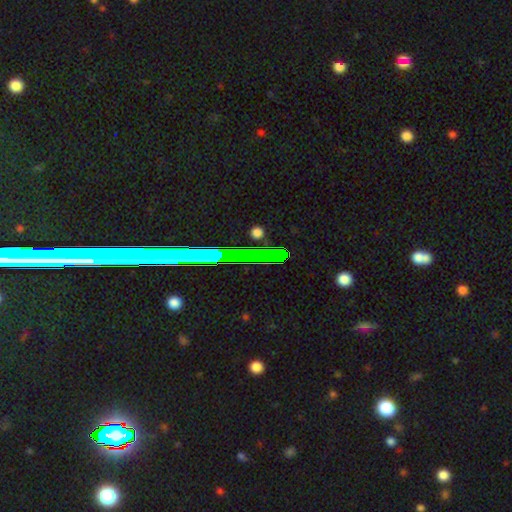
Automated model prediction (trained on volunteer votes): smooth_or_featured: star or artifact (p=0.52) [alt: featured or disk p=0.25]